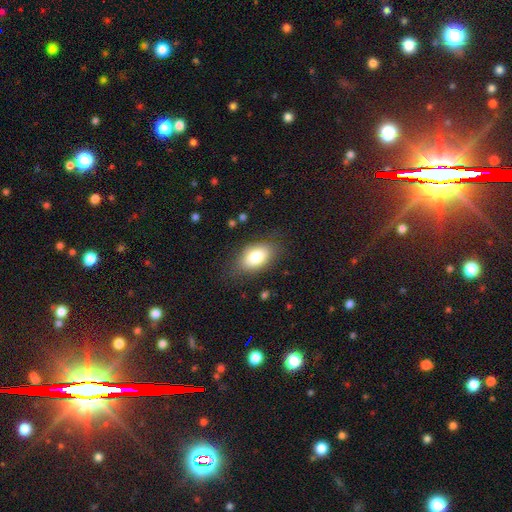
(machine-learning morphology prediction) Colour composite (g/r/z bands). It shows a smooth galaxy with no disk features (80%) that is in between round and cigar-shaped (90%). Merging: none (76%).